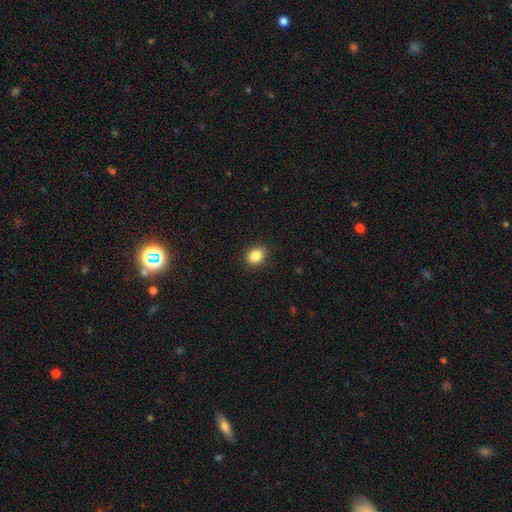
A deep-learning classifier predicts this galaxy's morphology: smooth-or-featured: smooth: 86% | star or artifact: 10% | featured or disk: 4%
  how-rounded: round: 51% | in between: 49% | cigar-shaped: 1%
  merging: none: 90% | minor disturbance: 7% | major disturbance: 2% | merger: 1%